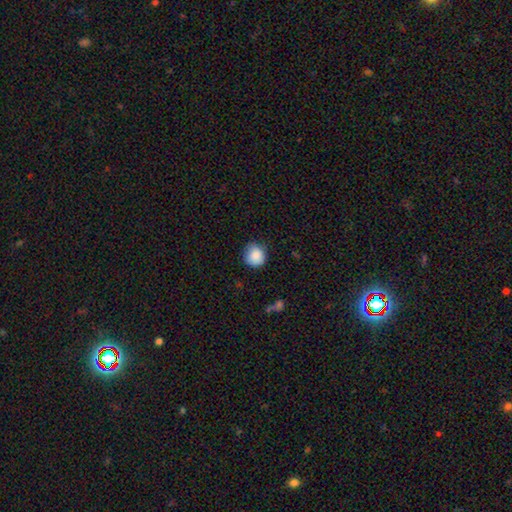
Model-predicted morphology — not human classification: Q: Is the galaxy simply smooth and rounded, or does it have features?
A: smooth — 88%.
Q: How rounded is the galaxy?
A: round — 88%.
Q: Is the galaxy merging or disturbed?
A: none — 76%.